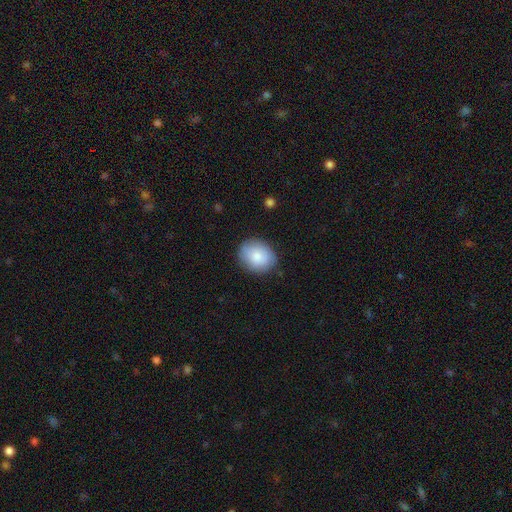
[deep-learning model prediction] A smooth galaxy with no disk features (81%) that is round (55%). Merging: none (82%).